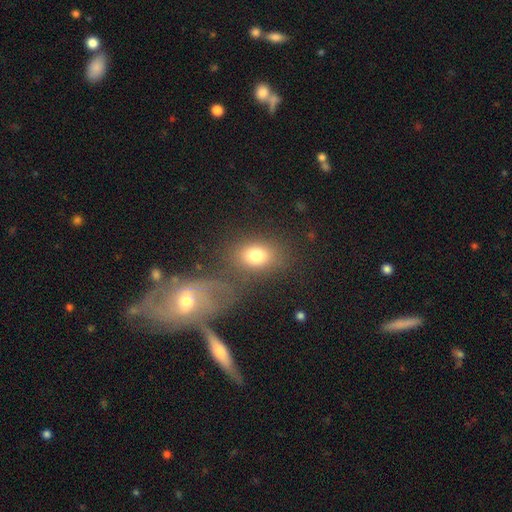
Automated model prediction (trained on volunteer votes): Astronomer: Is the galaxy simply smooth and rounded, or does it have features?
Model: smooth — 76%.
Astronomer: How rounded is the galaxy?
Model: in between — 66%.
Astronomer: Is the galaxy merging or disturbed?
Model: none — 64%.